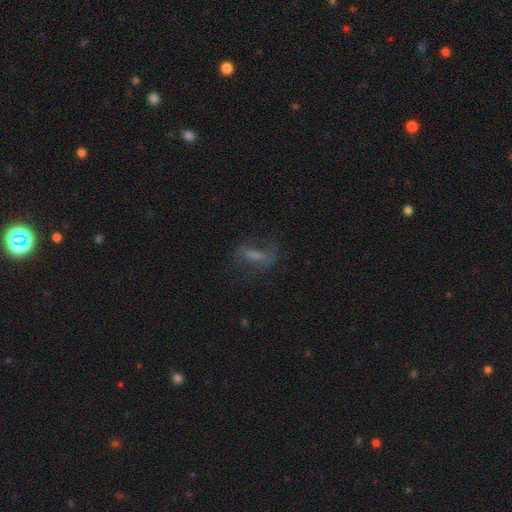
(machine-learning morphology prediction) type=featured or disk (44%); merging=none (56%).